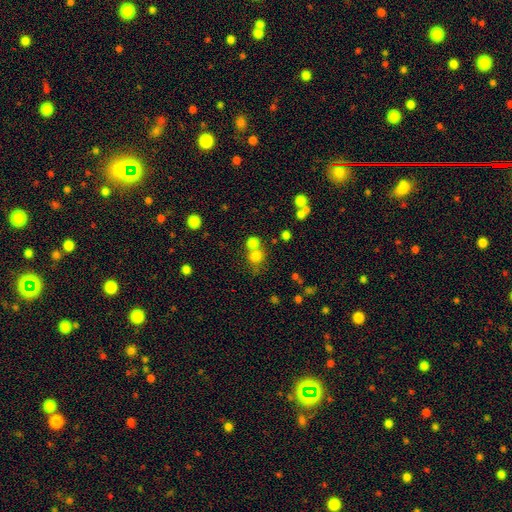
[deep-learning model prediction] Smooth or featured: smooth — 75% (star or artifact — 16%)
How rounded: round — 84% (in between — 15%)
Merging: none — 52% (merger — 36%)